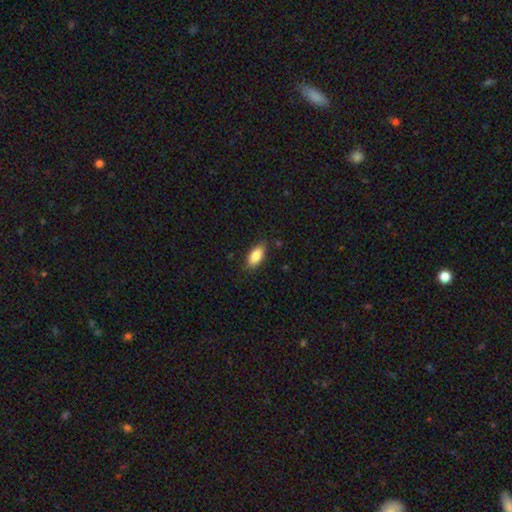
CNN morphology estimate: Q: Smooth or featured?
A: smooth (83%); runner-up: featured or disk (10%)
Q: How rounded?
A: in between (87%); runner-up: cigar-shaped (10%)
Q: Merging?
A: none (82%); runner-up: minor disturbance (14%)